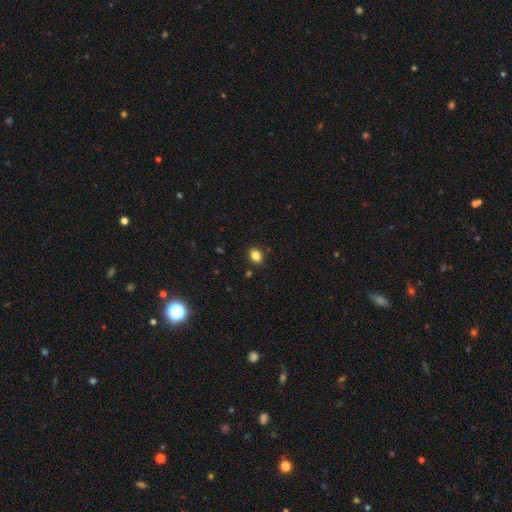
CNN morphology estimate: A smooth galaxy with no disk features (84%) that is in between round and cigar-shaped (60%). Merging: none (88%).